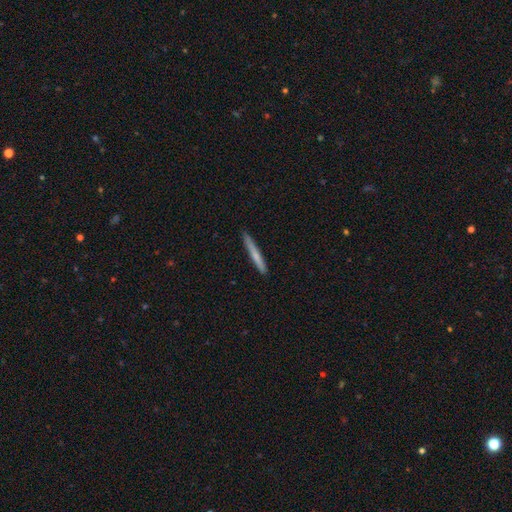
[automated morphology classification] smooth 62%, featured or disk 33%, star or artifact 6%. Down the decision tree: how rounded — cigar-shaped (96%); merging — none (89%).